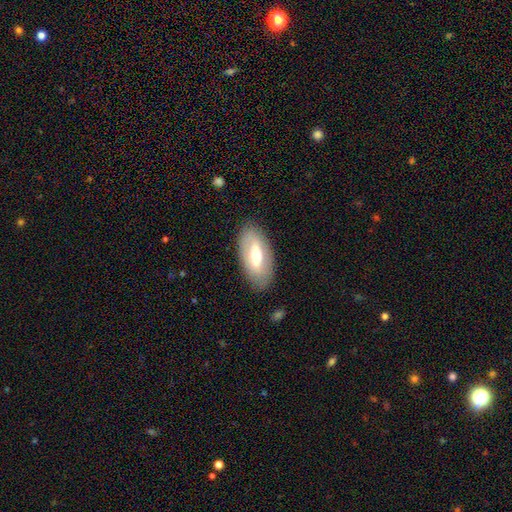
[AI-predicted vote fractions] smooth-or-featured: featured or disk: 49% | smooth: 44% | star or artifact: 6%
  merging: none: 85% | minor disturbance: 11% | major disturbance: 4% | merger: 1%